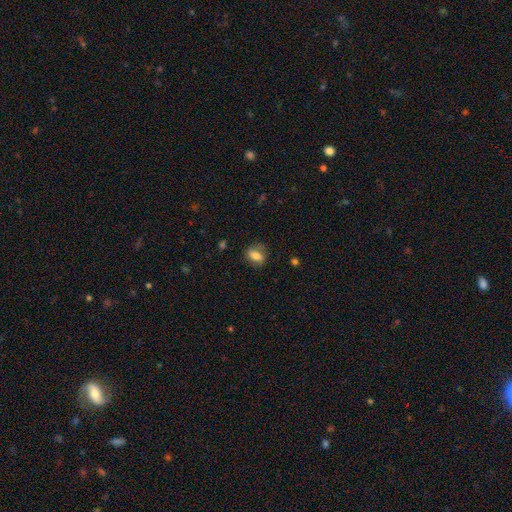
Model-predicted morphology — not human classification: Smooth or featured?
  - smooth: 72% *
  - featured or disk: 19%
  - star or artifact: 9%
How rounded?
  - in between: 72% *
  - round: 22%
  - cigar-shaped: 6%
Merging?
  - none: 72% *
  - minor disturbance: 20%
  - major disturbance: 7%
  - merger: 2%